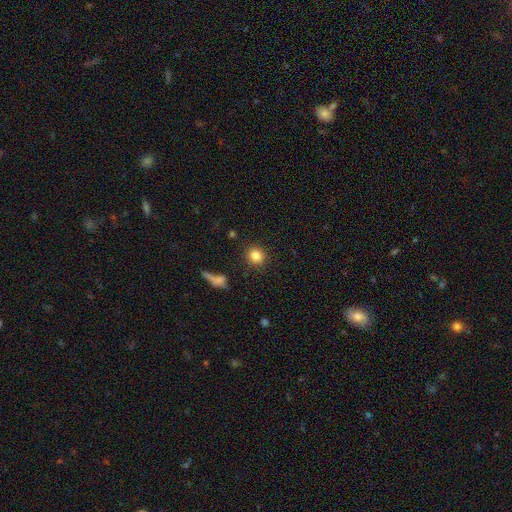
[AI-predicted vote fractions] smooth-or-featured: smooth: 83% | star or artifact: 11% | featured or disk: 6%
  how-rounded: round: 89% | in between: 9% | cigar-shaped: 1%
  merging: none: 88% | minor disturbance: 7% | major disturbance: 3% | merger: 3%